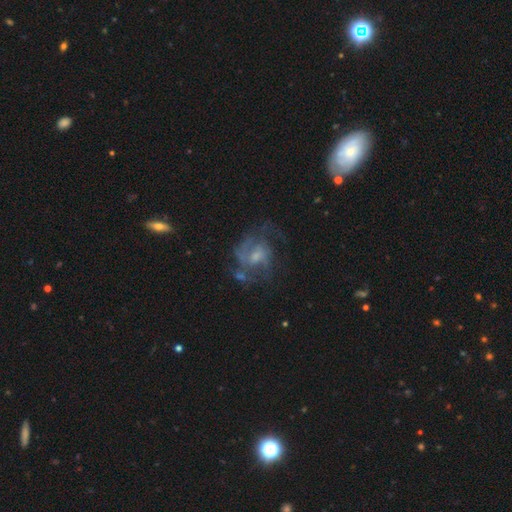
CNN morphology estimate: The model was most divided on "bulge size": small: 44%, moderate: 38%, none: 12%, large: 4%, dominant: 1%. Remaining: edge-on disk — no (98%); spiral arms — yes (79%); smooth or featured — featured or disk (73%); bar — no (55%); spiral winding — medium (47%); merging — none (47%); spiral arm count — 2 (38%).